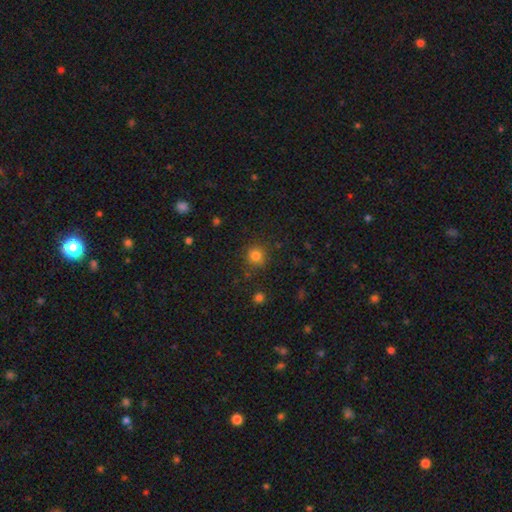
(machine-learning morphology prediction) This is clearly a smooth galaxy (80%). How rounded: clearly round (92%). Merging: clearly none (85%).